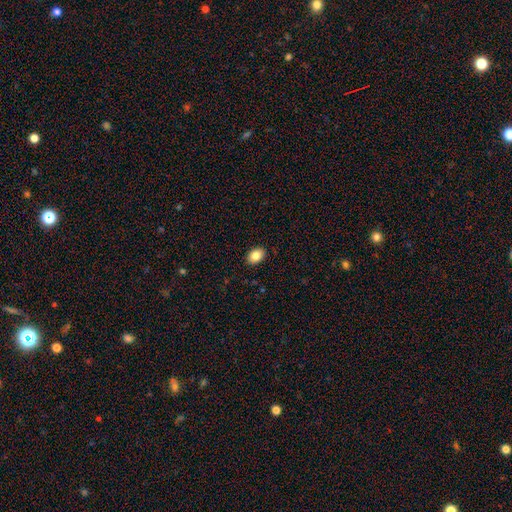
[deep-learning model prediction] smooth 85%, star or artifact 8%, featured or disk 7%. Down the decision tree: how rounded — in between (80%); merging — none (90%).